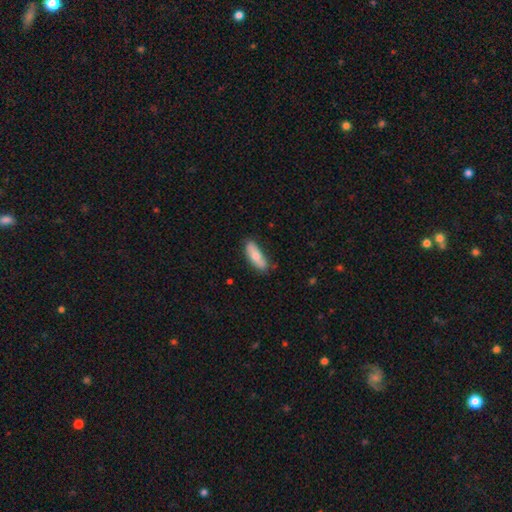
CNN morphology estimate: Smooth or featured?
  - smooth: 68% *
  - featured or disk: 26%
  - star or artifact: 6%
How rounded?
  - in between: 64% *
  - cigar-shaped: 34%
  - round: 2%
Merging?
  - none: 75% *
  - minor disturbance: 19%
  - major disturbance: 3%
  - merger: 2%